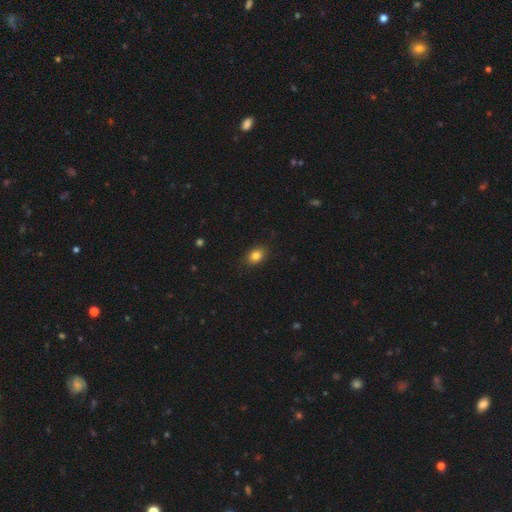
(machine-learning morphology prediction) Overall: smooth (83%). How rounded: in between (73%). Merging: none (88%).